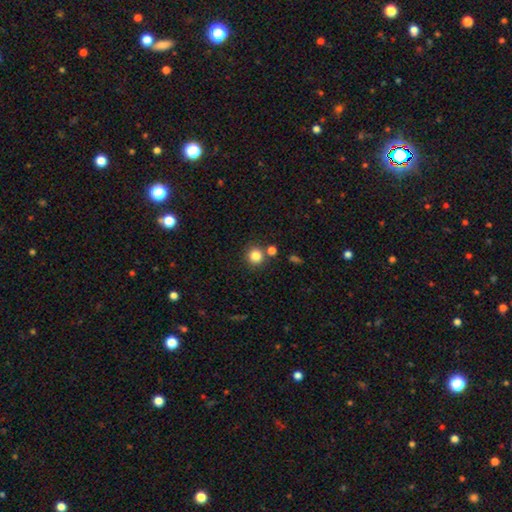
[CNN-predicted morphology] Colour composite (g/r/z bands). It shows a smooth galaxy with no disk features (83%) that is round (93%). Merging: none (78%).